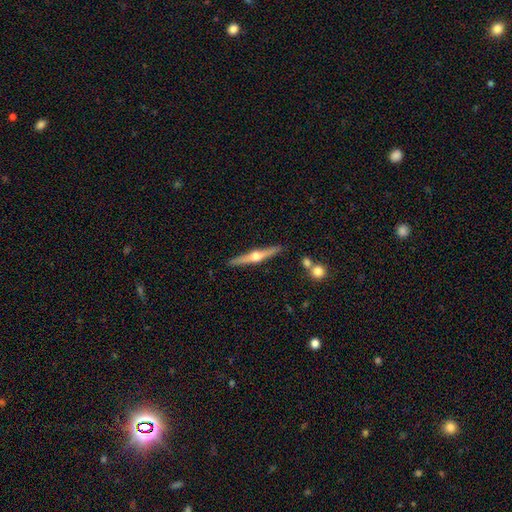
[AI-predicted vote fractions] A featured or disk galaxy (78%) viewed edge-on (98%) with a rounded central bulge (96%).

Vote fractions:
- Smooth or featured? featured or disk: 78% / smooth: 17% / star or artifact: 5%
- Edge-on disk? yes: 98% / no: 2%
- Edge-on bulge? rounded: 96% / boxy: 2% / none: 2%
- Merging? none: 89% / minor disturbance: 7% / merger: 3% / major disturbance: 1%